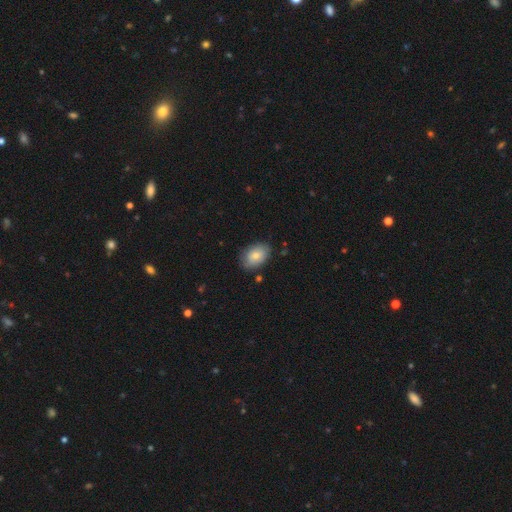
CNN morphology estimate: type=smooth (78%); roundness=in between (85%); merging=none (79%).